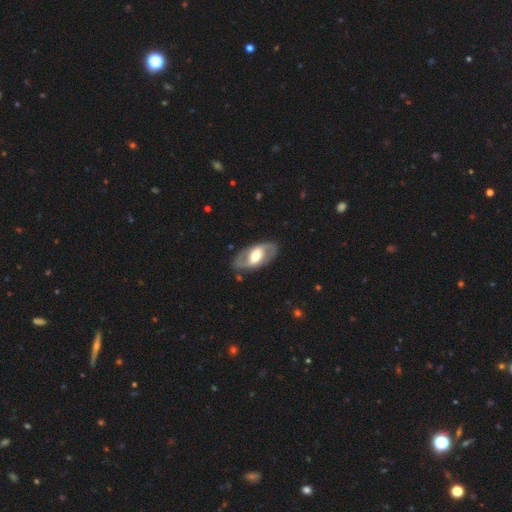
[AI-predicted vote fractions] featured or disk 72%, smooth 23%, star or artifact 4%. Down the decision tree: edge-on disk — no (92%); bar — strong (38%); spiral arms — yes (69%); bulge size — moderate (63%); merging — none (83%).